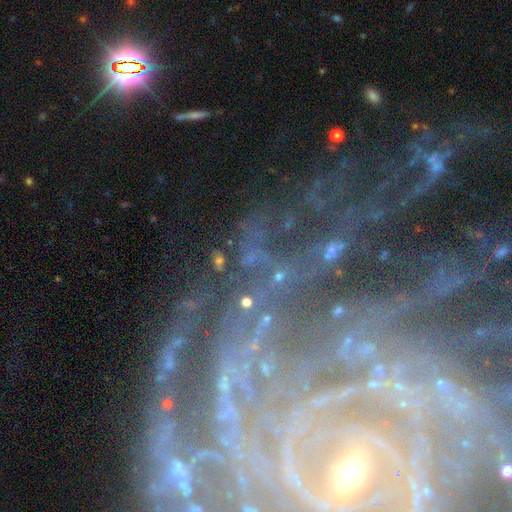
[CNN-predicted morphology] smooth_or_featured: featured or disk (p=0.57) [alt: star or artifact p=0.30]
disk_edge_on: no (p=0.94) [alt: yes p=0.06]
bar: no (p=0.44) [alt: weak p=0.28]
has_spiral_arms: yes (p=0.88) [alt: no p=0.12]
bulge_size: small (p=0.62) [alt: moderate p=0.18]
merging: none (p=0.60) [alt: minor disturbance p=0.17]